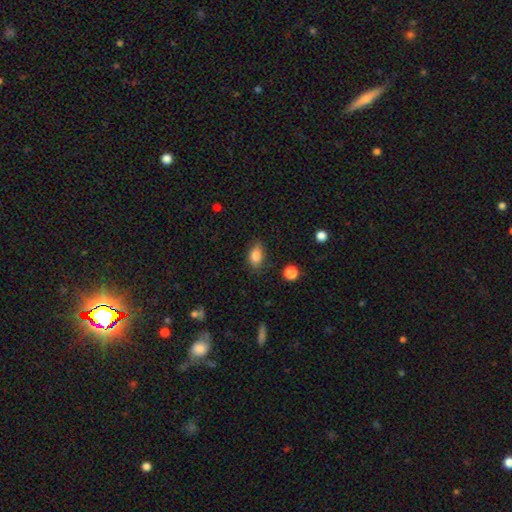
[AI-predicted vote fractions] This is clearly a smooth galaxy (85%). How rounded: clearly in between (86%). Merging: likely none (76%).